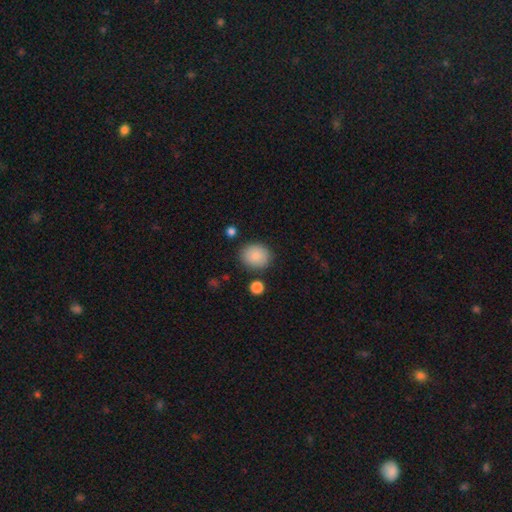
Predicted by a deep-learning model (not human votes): Smooth or featured?
  - smooth: 86% *
  - star or artifact: 8%
  - featured or disk: 6%
How rounded?
  - round: 64% *
  - in between: 35%
  - cigar-shaped: 1%
Merging?
  - none: 84% *
  - minor disturbance: 10%
  - merger: 3%
  - major disturbance: 3%